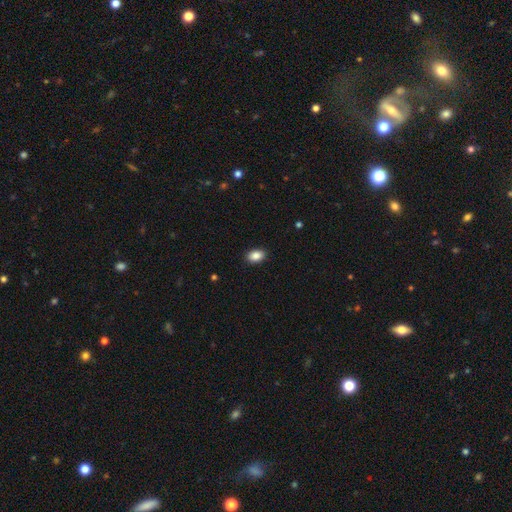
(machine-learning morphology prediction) Overall: smooth (88%). How rounded: in between (86%). Merging: none (90%).